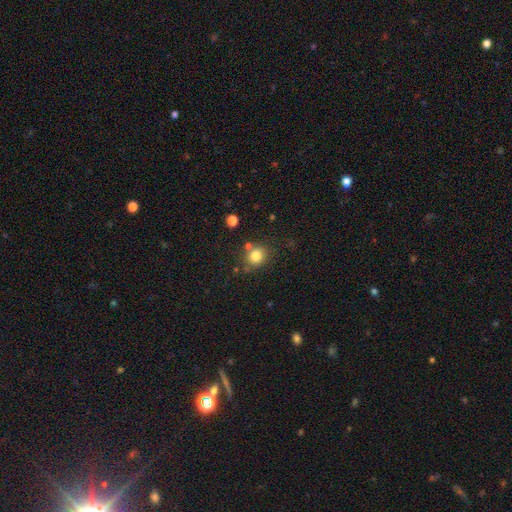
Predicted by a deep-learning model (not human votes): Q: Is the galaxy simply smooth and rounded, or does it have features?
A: smooth — 81%.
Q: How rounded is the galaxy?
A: round — 78%.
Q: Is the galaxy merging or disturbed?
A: none — 73%.